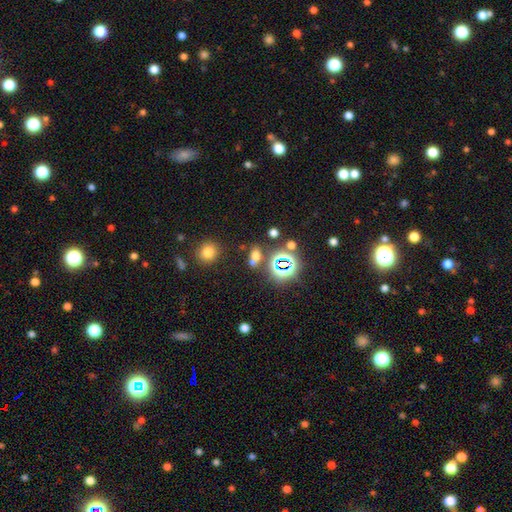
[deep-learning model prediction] smooth_or_featured: smooth (p=0.52) [alt: star or artifact p=0.37]
how_rounded: in between (p=0.67) [alt: round p=0.27]
merging: none (p=0.63) [alt: merger p=0.19]